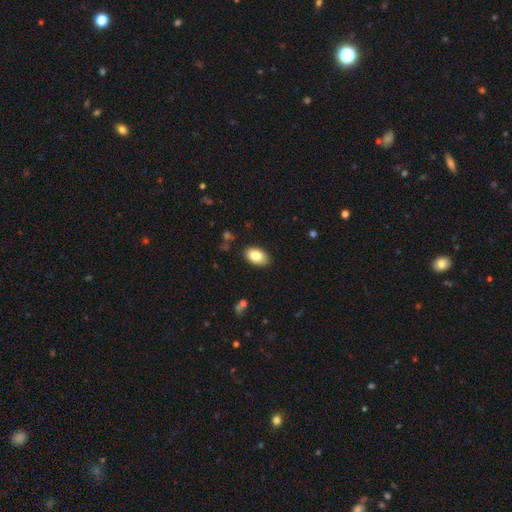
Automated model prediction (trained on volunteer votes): smooth_or_featured: smooth (p=0.86) [alt: featured or disk p=0.08]
how_rounded: in between (p=0.93) [alt: round p=0.06]
merging: none (p=0.85) [alt: minor disturbance p=0.11]